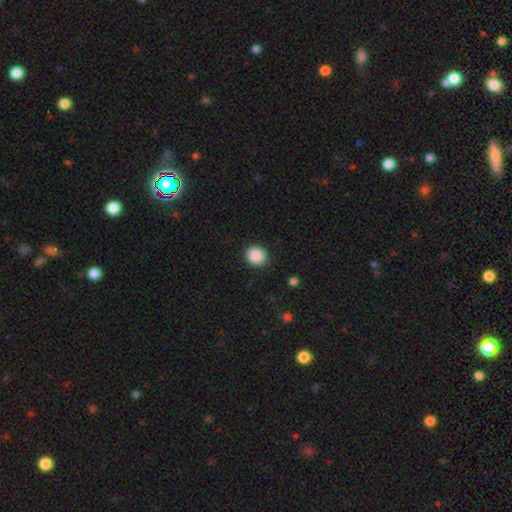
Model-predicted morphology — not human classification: Smooth or featured? smooth (89%)
How rounded? round (78%)
Merging? none (90%)